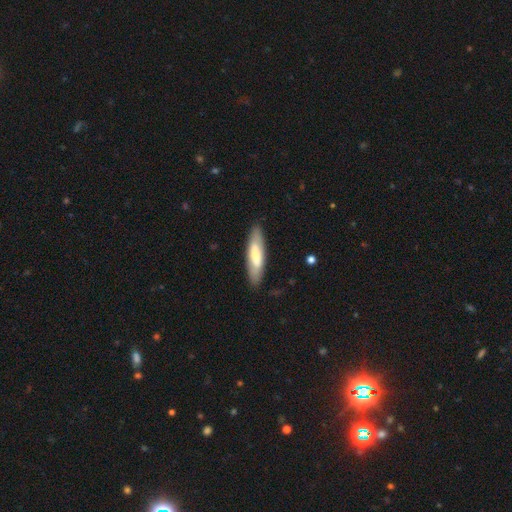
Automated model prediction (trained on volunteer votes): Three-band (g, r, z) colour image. It shows a smooth galaxy with no disk features (61%) that is cigar-shaped (63%). Merging: none (87%).